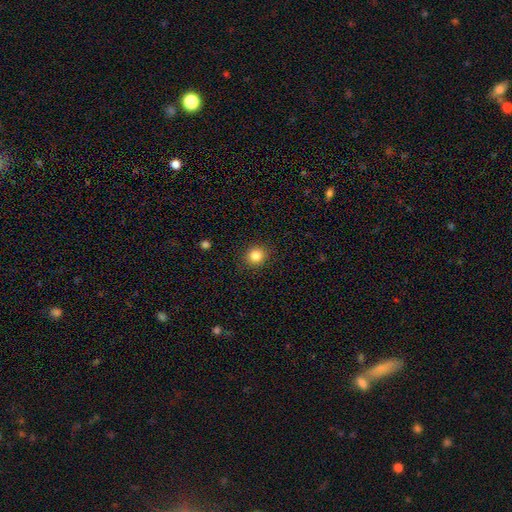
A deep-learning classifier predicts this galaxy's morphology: The model was most divided on "how rounded": round: 85%, in between: 14%, cigar-shaped: 1%. More confident: merging — none (90%); smooth or featured — smooth (84%).